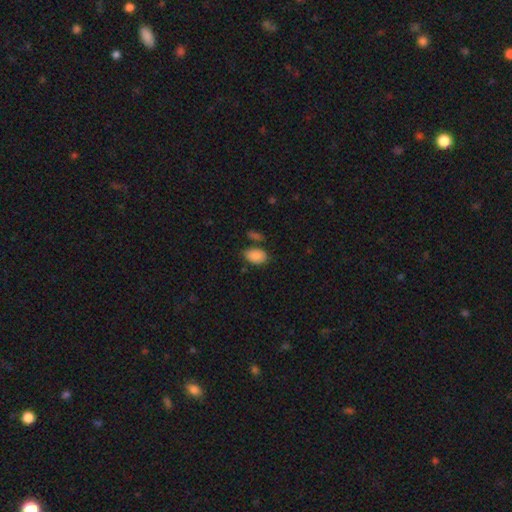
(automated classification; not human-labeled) smooth-or-featured: smooth: 88% | star or artifact: 8% | featured or disk: 4%
  how-rounded: in between: 89% | round: 10% | cigar-shaped: 1%
  merging: none: 70% | minor disturbance: 17% | merger: 8% | major disturbance: 4%